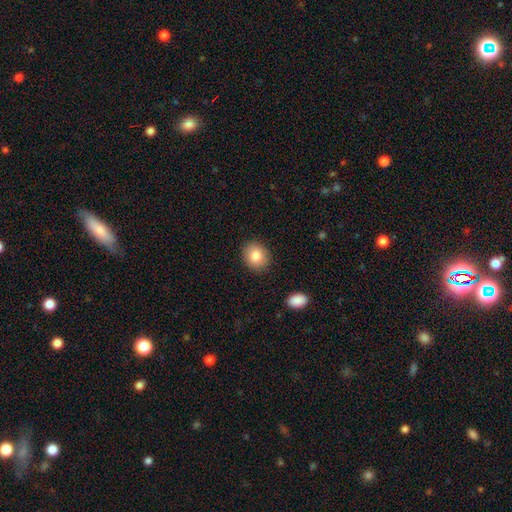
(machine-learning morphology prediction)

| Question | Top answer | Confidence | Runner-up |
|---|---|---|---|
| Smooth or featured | smooth | 86% | star or artifact (8%) |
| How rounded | round | 65% | in between (34%) |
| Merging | none | 89% | minor disturbance (8%) |